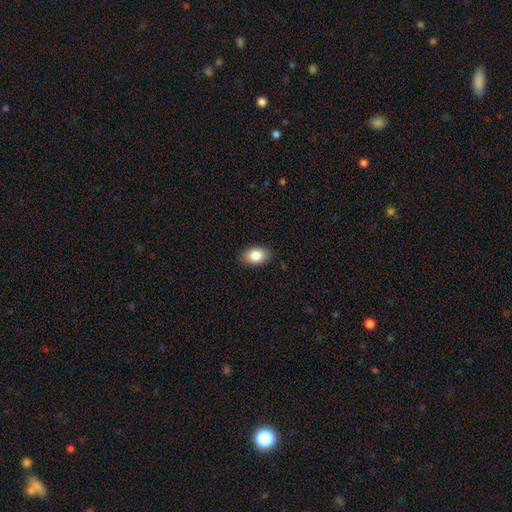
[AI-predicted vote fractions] Morphology: type=smooth (85%); roundness=in between (85%); merging=none (88%).